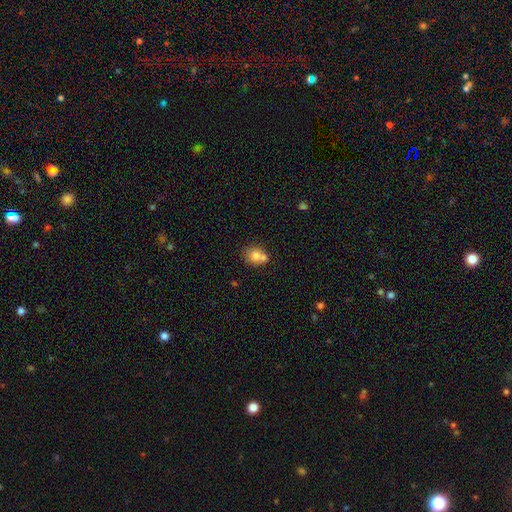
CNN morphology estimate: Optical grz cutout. It shows a smooth galaxy with no disk features (77%) that is round (71%). Merging: none (45%).